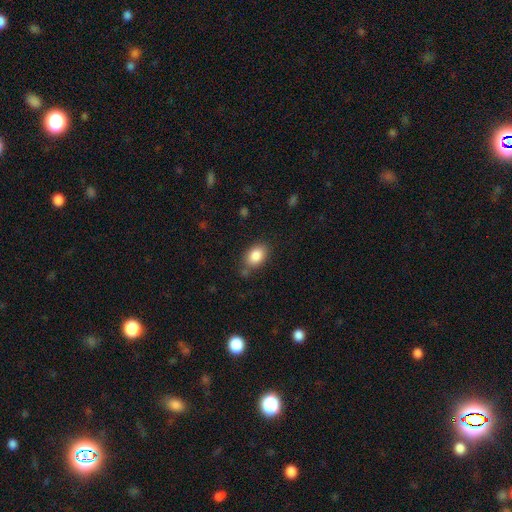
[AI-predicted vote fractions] smooth 86%, star or artifact 8%, featured or disk 6%. Down the decision tree: how rounded — in between (84%); merging — none (78%).